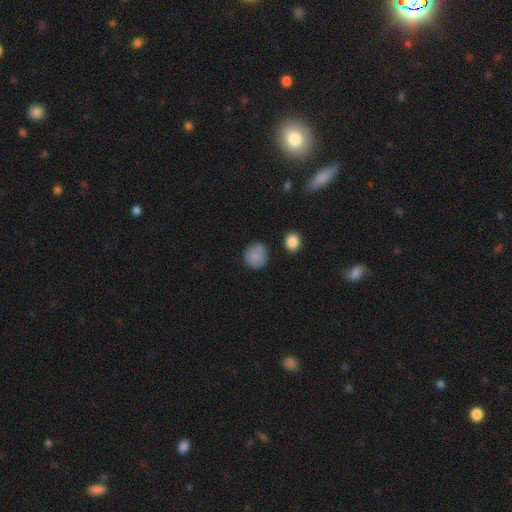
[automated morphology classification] smooth-or-featured: smooth: 85% | star or artifact: 9% | featured or disk: 6%
  how-rounded: round: 88% | in between: 11% | cigar-shaped: 1%
  merging: none: 74% | minor disturbance: 16% | merger: 6% | major disturbance: 4%